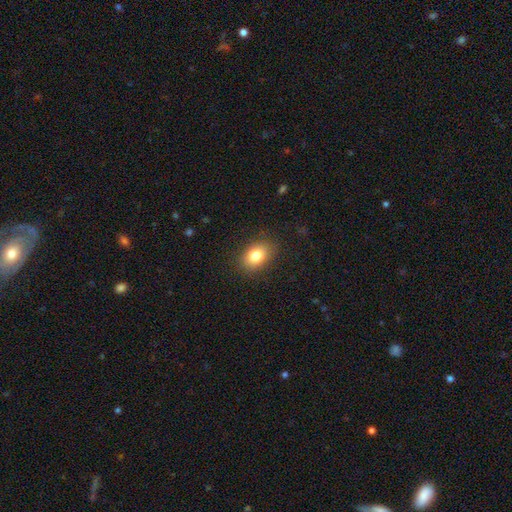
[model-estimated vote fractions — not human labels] The model was most divided on "how rounded": in between: 75%, round: 24%, cigar-shaped: 1%. More confident: merging — none (85%); smooth or featured — smooth (81%).